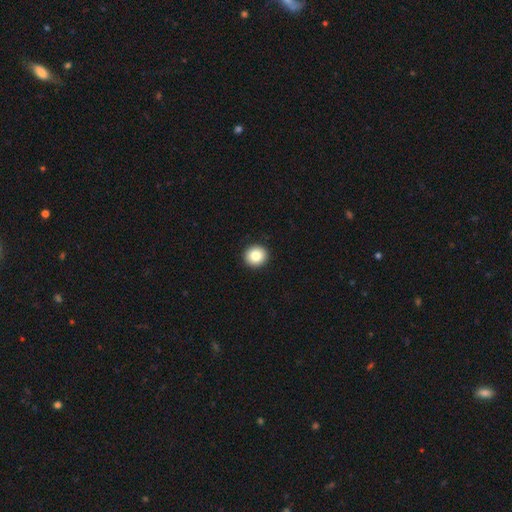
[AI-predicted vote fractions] smooth-or-featured: smooth: 84% | star or artifact: 9% | featured or disk: 7%
  how-rounded: round: 92% | in between: 7% | cigar-shaped: 1%
  merging: none: 93% | minor disturbance: 4% | major disturbance: 1% | merger: 1%